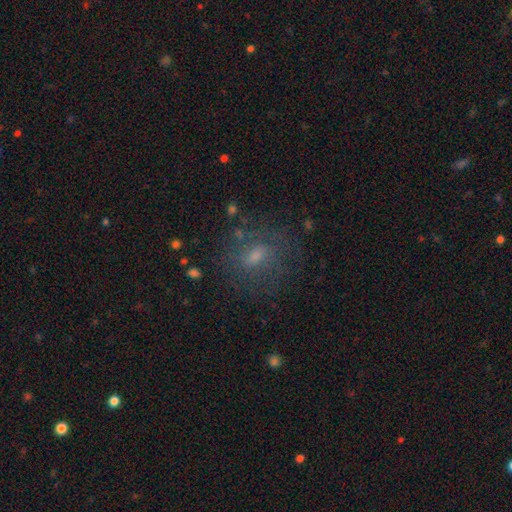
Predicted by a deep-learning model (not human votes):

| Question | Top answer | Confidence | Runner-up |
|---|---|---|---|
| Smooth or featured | smooth | 49% | featured or disk (36%) |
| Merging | none | 69% | minor disturbance (16%) |